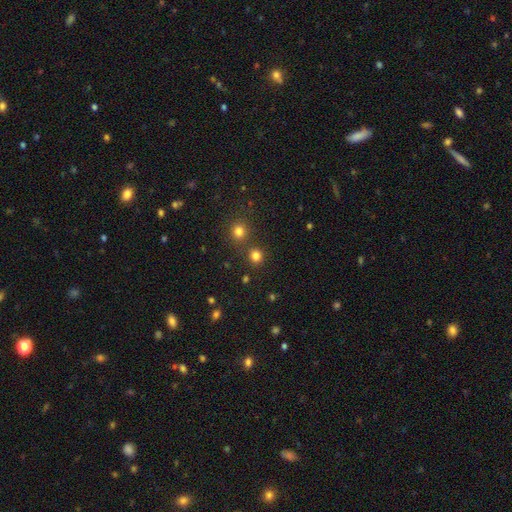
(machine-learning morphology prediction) Q: Smooth or featured?
A: smooth (79%); runner-up: star or artifact (17%)
Q: How rounded?
A: round (87%); runner-up: in between (12%)
Q: Merging?
A: none (78%); runner-up: merger (13%)